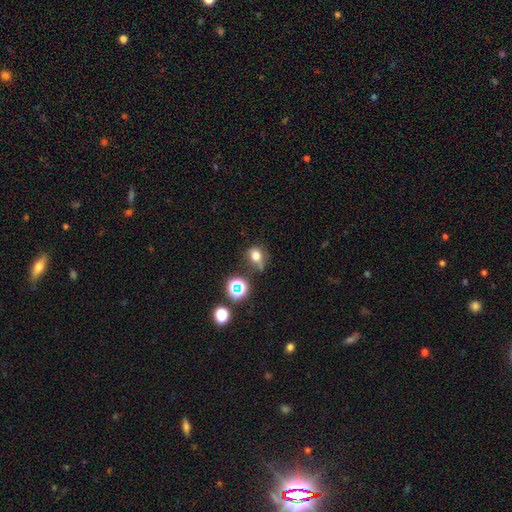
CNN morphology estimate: This appears to be a smooth galaxy with no disk features (68%) that is round (52%). Merging: none (48%).